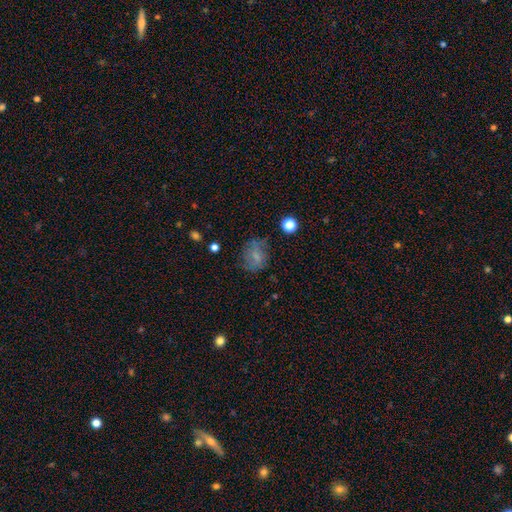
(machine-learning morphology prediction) smooth-or-featured: smooth: 64% | featured or disk: 22% | star or artifact: 14%
  how-rounded: round: 51% | in between: 47% | cigar-shaped: 1%
  merging: none: 62% | minor disturbance: 22% | major disturbance: 13% | merger: 3%